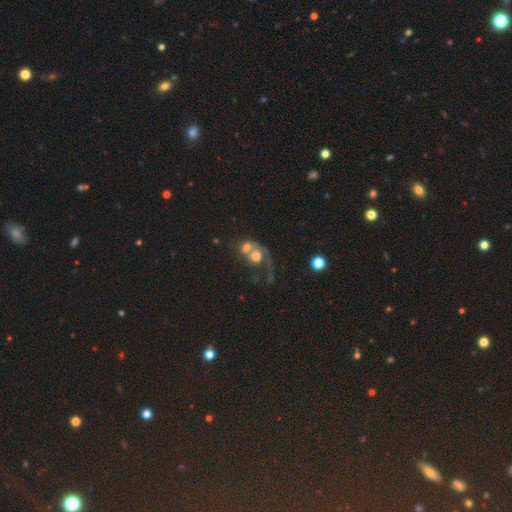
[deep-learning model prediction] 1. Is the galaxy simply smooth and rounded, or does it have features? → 48% smooth, 40% featured or disk, 12% star or artifact.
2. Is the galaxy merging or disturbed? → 70% merger, 13% major disturbance, 12% none, 5% minor disturbance.